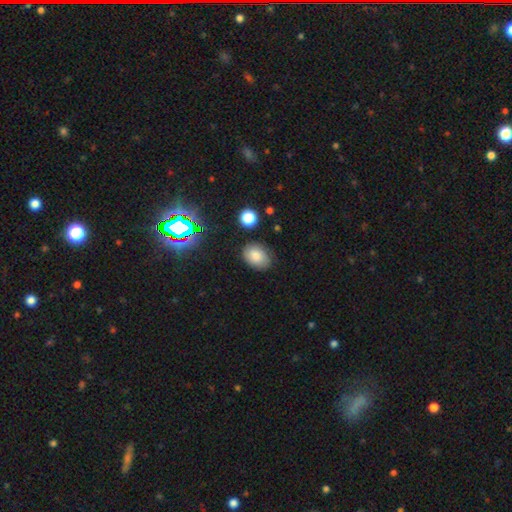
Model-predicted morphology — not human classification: type=smooth (81%); roundness=in between (75%); merging=none (80%).